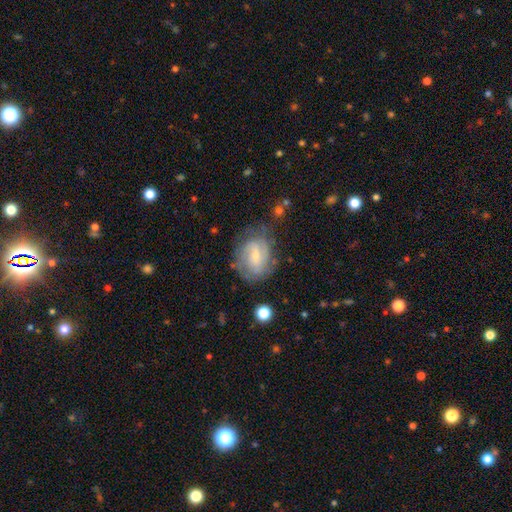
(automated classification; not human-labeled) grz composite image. It shows a featured or disk galaxy (60%) with a weak bar (55%), spiral arms (81%) and a small central bulge (64%). Merging: none (64%).